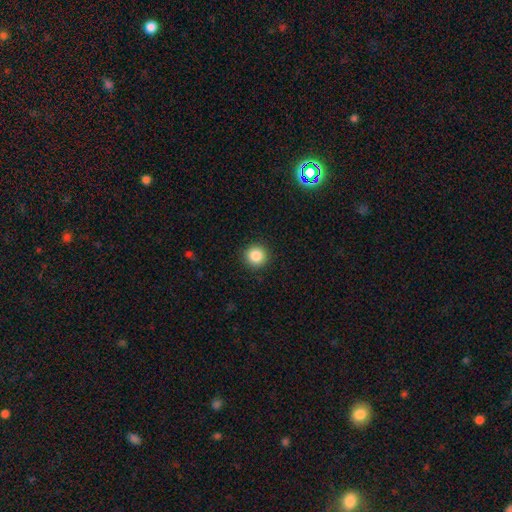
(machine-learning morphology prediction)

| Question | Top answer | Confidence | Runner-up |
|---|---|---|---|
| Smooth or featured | smooth | 86% | star or artifact (10%) |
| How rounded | round | 95% | in between (4%) |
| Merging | none | 92% | minor disturbance (5%) |